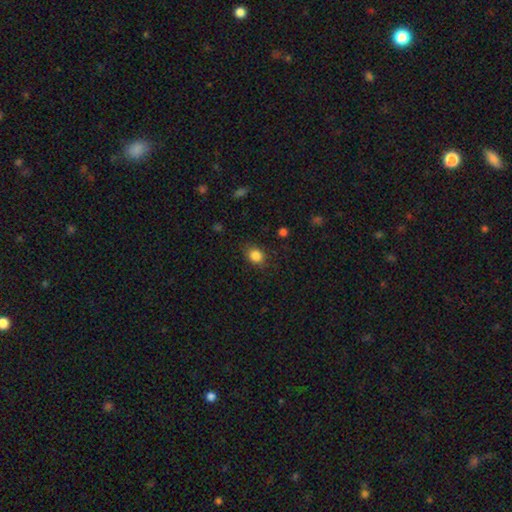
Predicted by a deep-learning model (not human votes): Morphology: type=smooth (85%); roundness=round (50%); merging=none (82%).